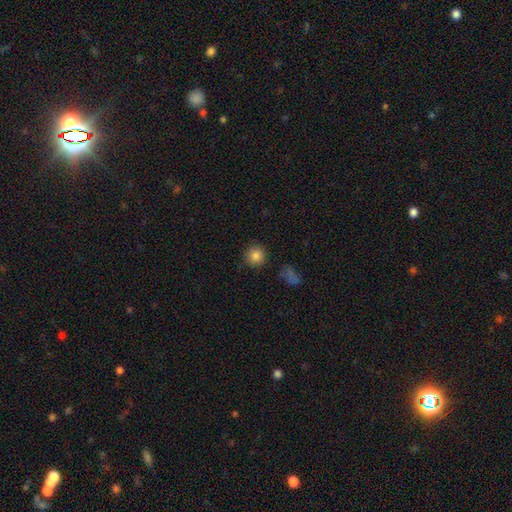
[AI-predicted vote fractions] smooth_or_featured: smooth (p=0.85) [alt: star or artifact p=0.10]
how_rounded: round (p=0.92) [alt: in between p=0.07]
merging: none (p=0.87) [alt: minor disturbance p=0.08]